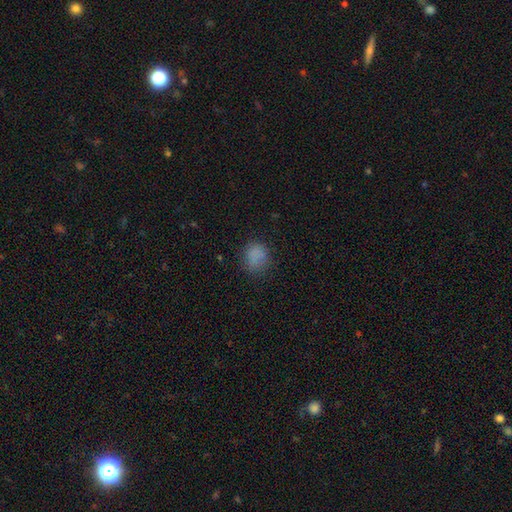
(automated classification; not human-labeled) smooth_or_featured: smooth (p=0.80) [alt: star or artifact p=0.14]
how_rounded: round (p=0.68) [alt: in between p=0.30]
merging: none (p=0.74) [alt: minor disturbance p=0.17]